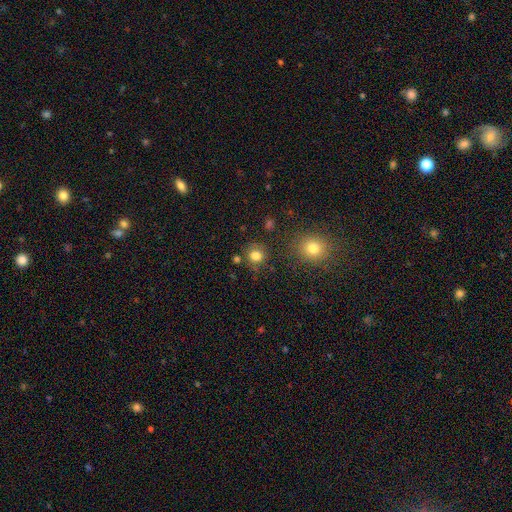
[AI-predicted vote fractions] Morphology: type=smooth (82%); roundness=round (85%); merging=none (79%).